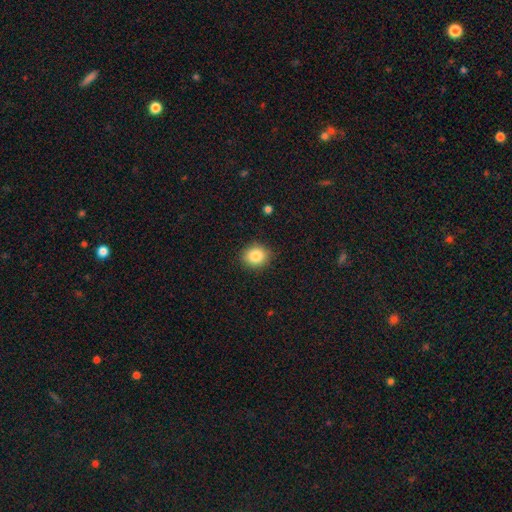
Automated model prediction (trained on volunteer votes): This appears to be a smooth galaxy with no disk features (84%) that is round (72%). Merging: none (88%).